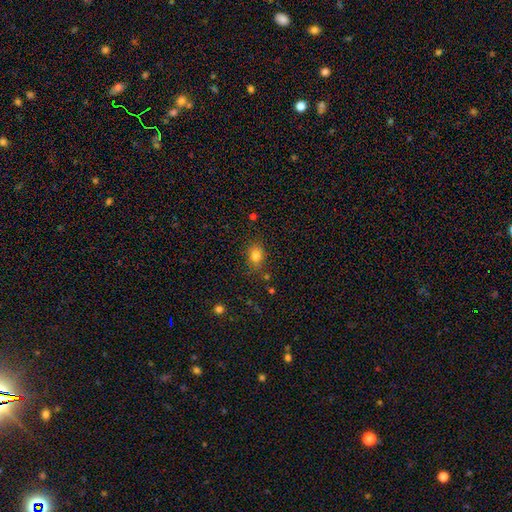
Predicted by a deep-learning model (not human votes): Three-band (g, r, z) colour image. It shows a smooth galaxy with no disk features (80%) that is in between round and cigar-shaped (59%). Merging: none (76%).